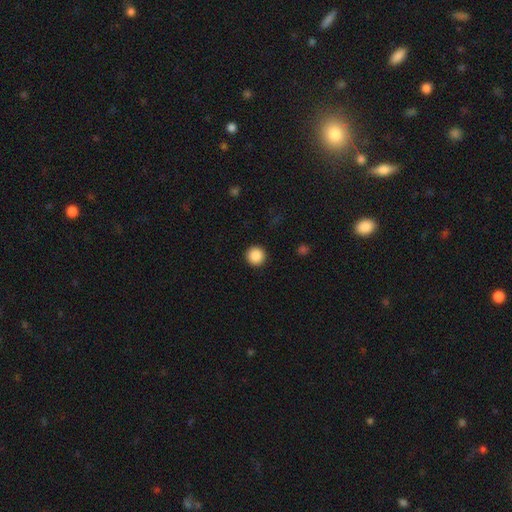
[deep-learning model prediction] The model was most divided on "smooth or featured": smooth: 88%, star or artifact: 9%, featured or disk: 3%. More confident: how rounded — round (96%); merging — none (93%).